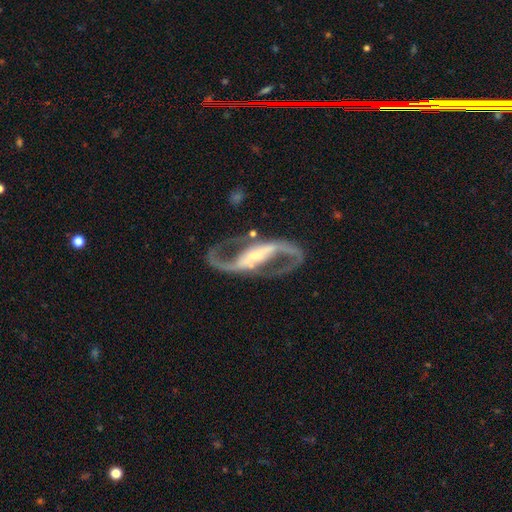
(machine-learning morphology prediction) Smooth or featured? featured or disk (92%)
Edge-on disk? no (95%)
Bar? strong (70%)
Spiral arms? yes (94%)
Spiral winding? medium (53%)
Spiral arm count? 2 (94%)
Bulge size? small (58%)
Merging? none (79%)